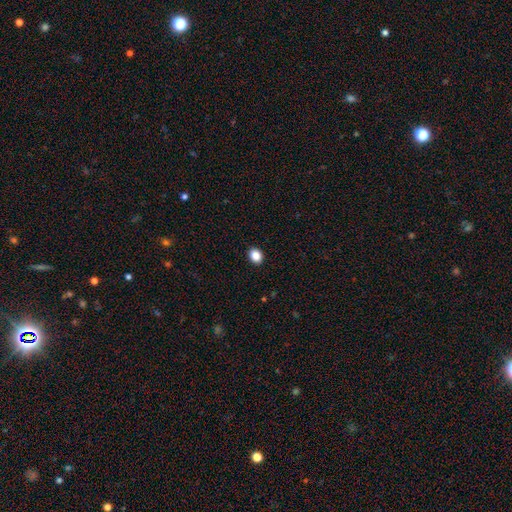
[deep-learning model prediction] This appears to be a smooth galaxy with no disk features (87%) that is in between round and cigar-shaped (50%). Merging: none (92%).